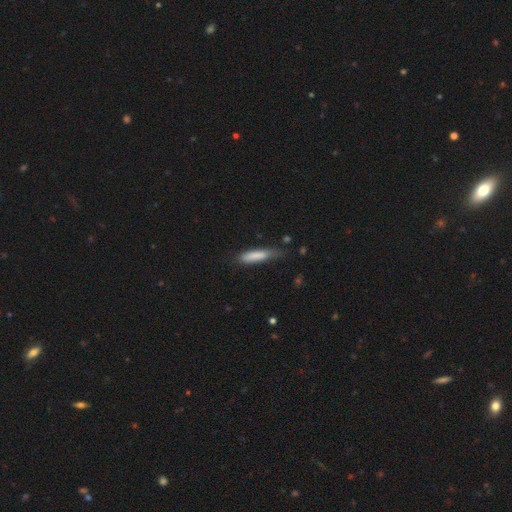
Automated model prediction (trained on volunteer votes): This is clearly a smooth galaxy (82%). How rounded: likely cigar-shaped (79%). Merging: possibly none (58%).